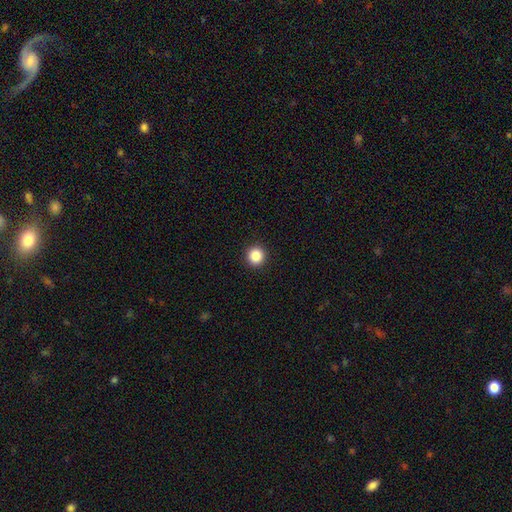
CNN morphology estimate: Overall: smooth (87%). How rounded: round (94%). Merging: none (93%).